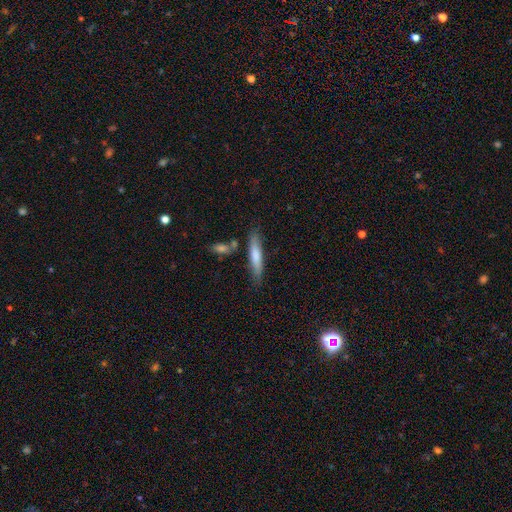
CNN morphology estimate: smooth_or_featured: smooth (p=0.70) [alt: featured or disk p=0.24]
how_rounded: cigar-shaped (p=0.86) [alt: in between p=0.13]
merging: none (p=0.74) [alt: minor disturbance p=0.16]